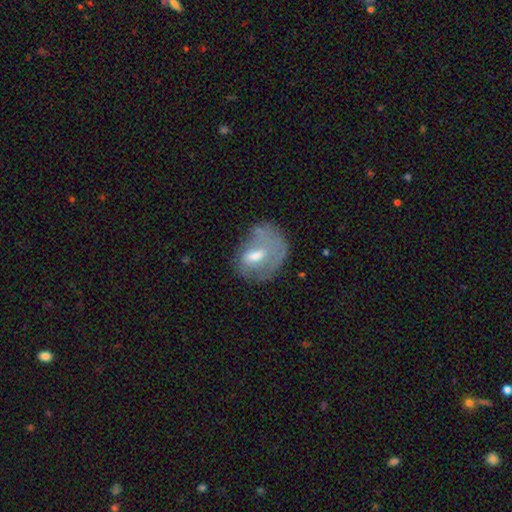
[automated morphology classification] This appears to be a smooth galaxy with no disk features (47%). Merging: none (41%).